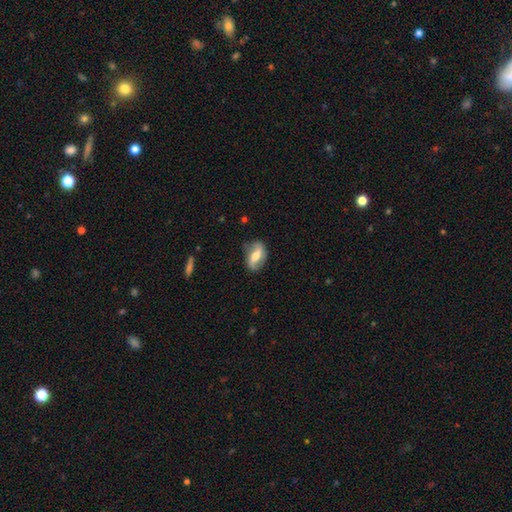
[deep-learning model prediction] smooth-or-featured: featured or disk: 63% | smooth: 30% | star or artifact: 7%
  disk-edge-on: no: 89% | yes: 11%
    bar: strong: 47% | weak: 32% | no: 21%
    has-spiral-arms: yes: 78% | no: 22%
    bulge-size: moderate: 63% | small: 24% | large: 9% | none: 3% | dominant: 2%
  merging: none: 77% | minor disturbance: 17% | major disturbance: 5% | merger: 2%